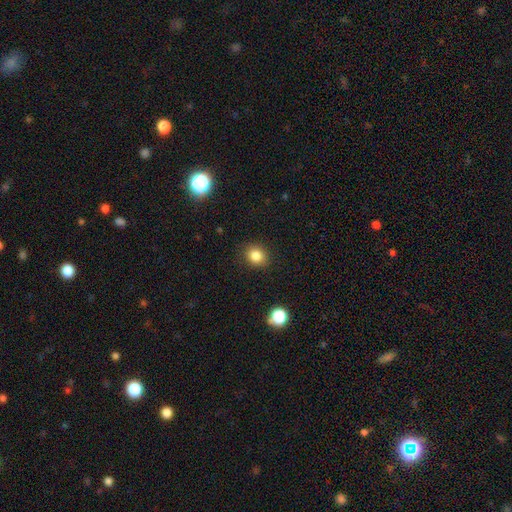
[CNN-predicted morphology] A smooth galaxy with no disk features (83%) that is round (73%).

Vote fractions:
- Smooth or featured? smooth: 83% / star or artifact: 11% / featured or disk: 5%
- How rounded? round: 73% / in between: 26% / cigar-shaped: 1%
- Merging? none: 89% / minor disturbance: 8% / major disturbance: 2% / merger: 1%